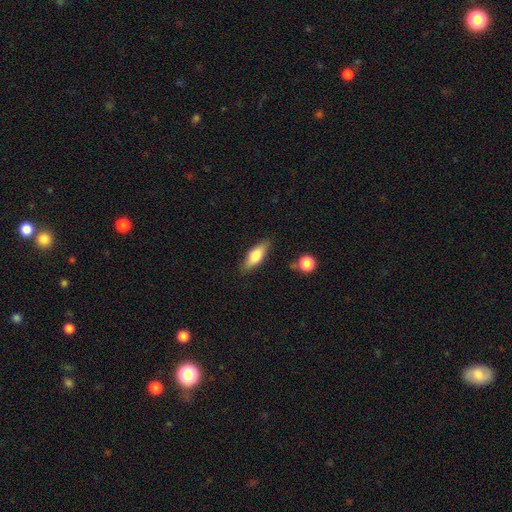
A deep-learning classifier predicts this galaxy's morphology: The model was most divided on "how rounded": in between: 69%, cigar-shaped: 28%, round: 3%. More confident: merging — none (81%); smooth or featured — smooth (73%).